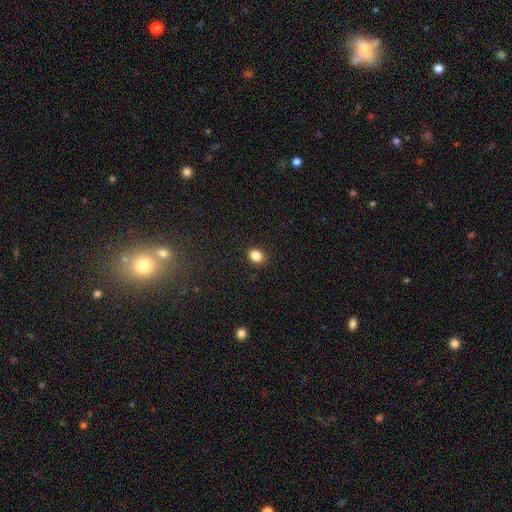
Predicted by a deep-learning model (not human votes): Smooth or featured: smooth — 85% (star or artifact — 11%)
How rounded: round — 55% (in between — 44%)
Merging: none — 90% (minor disturbance — 7%)